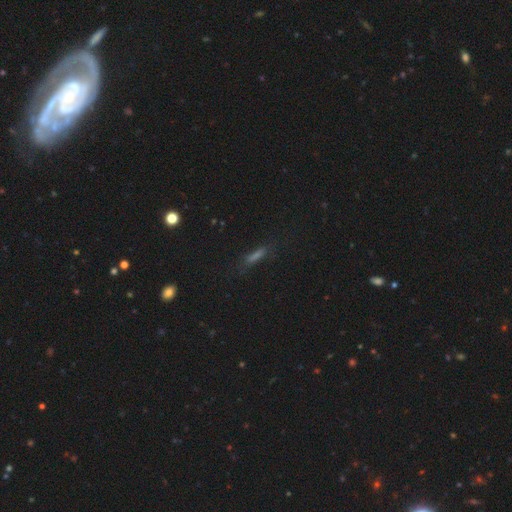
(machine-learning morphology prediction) type=smooth (52%); roundness=cigar-shaped (74%); merging=none (70%).